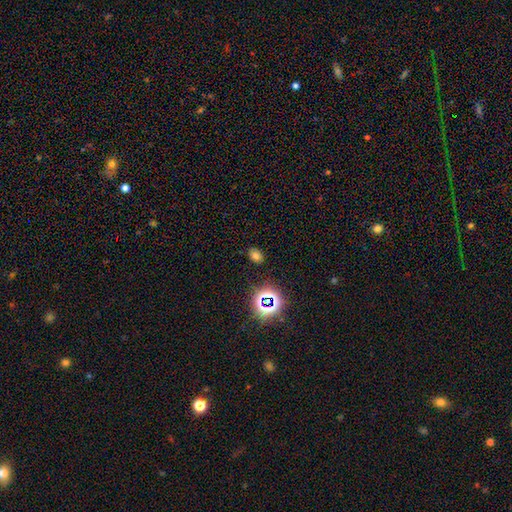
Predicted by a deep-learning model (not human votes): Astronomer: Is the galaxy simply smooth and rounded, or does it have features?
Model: smooth — 67%.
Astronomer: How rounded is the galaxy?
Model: in between — 77%.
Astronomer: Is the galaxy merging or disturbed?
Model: none — 84%.